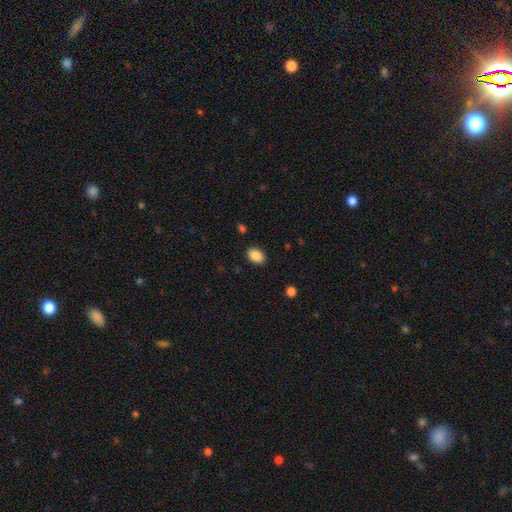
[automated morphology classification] Smooth or featured?
  - smooth: 89% *
  - star or artifact: 8%
  - featured or disk: 3%
How rounded?
  - in between: 80% *
  - round: 19%
  - cigar-shaped: 1%
Merging?
  - none: 88% *
  - minor disturbance: 8%
  - major disturbance: 2%
  - merger: 1%